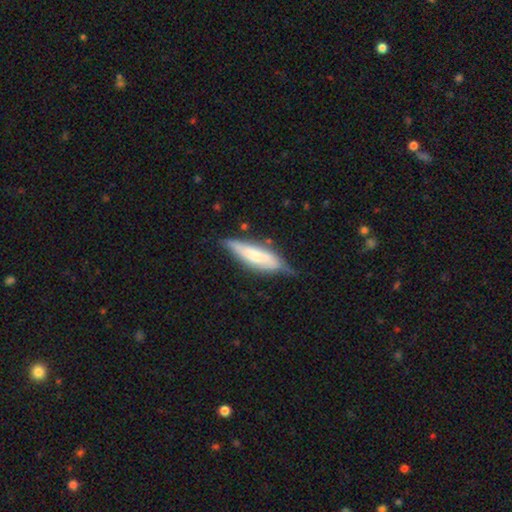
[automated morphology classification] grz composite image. It shows a smooth galaxy with no disk features (54%) that is cigar-shaped (59%). Merging: none (50%).